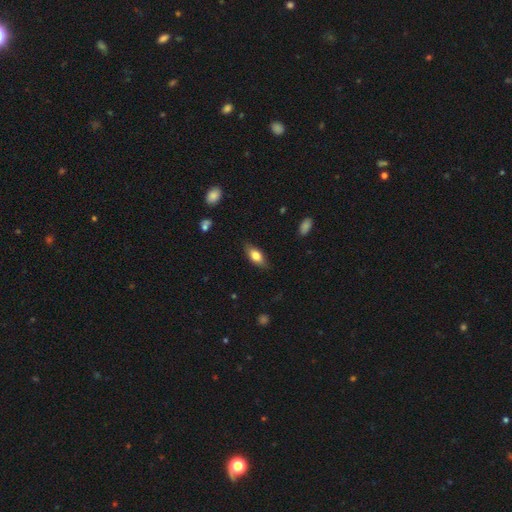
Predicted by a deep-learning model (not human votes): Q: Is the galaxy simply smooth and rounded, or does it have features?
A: smooth — 71%.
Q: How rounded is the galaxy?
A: in between — 80%.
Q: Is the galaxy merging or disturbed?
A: none — 83%.